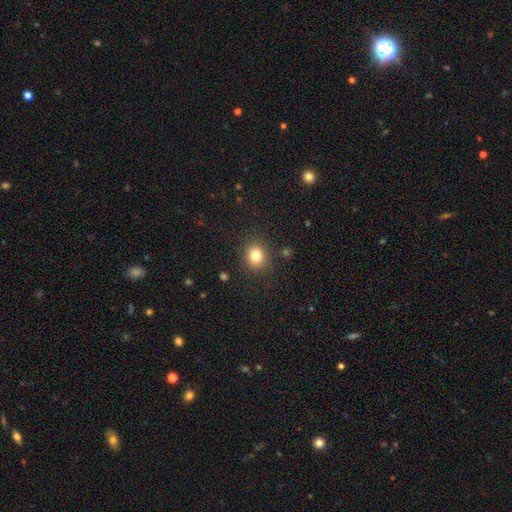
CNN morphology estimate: This is clearly a smooth galaxy (81%). How rounded: likely round (74%). Merging: clearly none (86%).